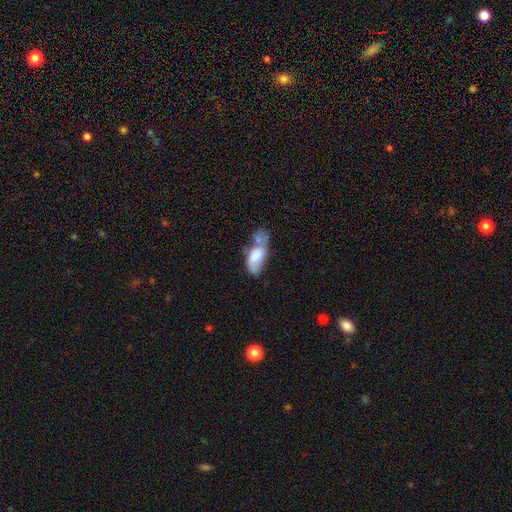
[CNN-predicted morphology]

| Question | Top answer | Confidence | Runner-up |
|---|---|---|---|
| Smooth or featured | smooth | 62% | featured or disk (31%) |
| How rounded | in between | 87% | cigar-shaped (9%) |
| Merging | merger | 43% | none (22%) |